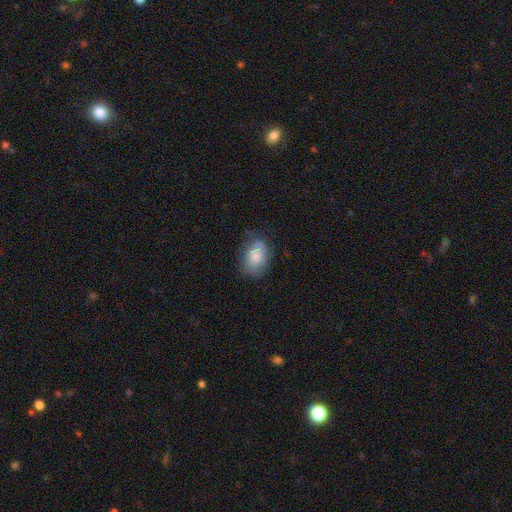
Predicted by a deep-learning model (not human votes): This is likely a smooth galaxy (77%). How rounded: clearly in between (81%). Merging: possibly none (59%).